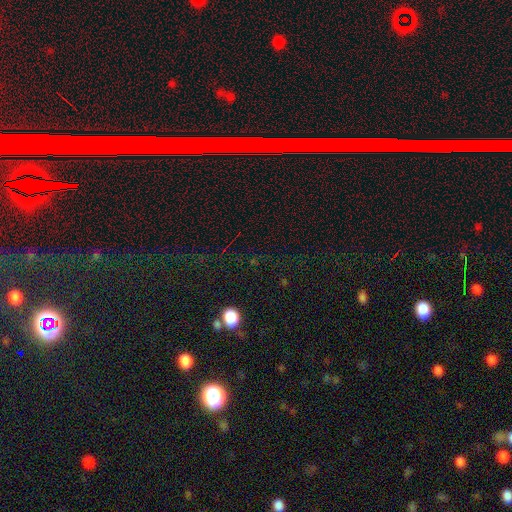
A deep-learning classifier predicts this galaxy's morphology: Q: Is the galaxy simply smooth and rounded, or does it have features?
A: star or artifact — 75%.